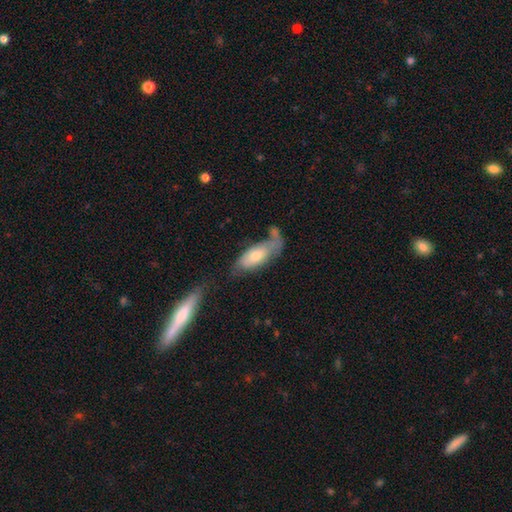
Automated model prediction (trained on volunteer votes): smooth 60%, featured or disk 33%, star or artifact 7%. Down the decision tree: how rounded — in between (80%); merging — none (36%).